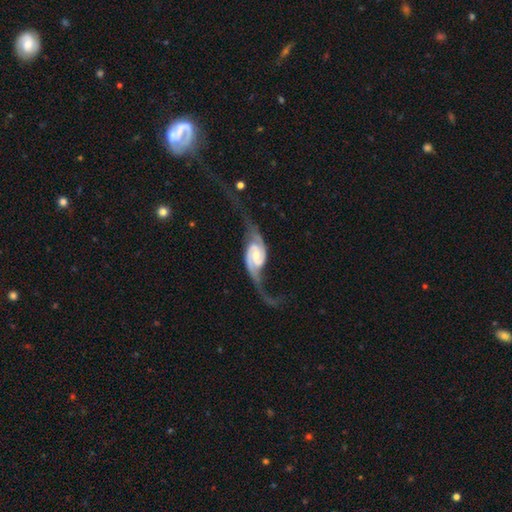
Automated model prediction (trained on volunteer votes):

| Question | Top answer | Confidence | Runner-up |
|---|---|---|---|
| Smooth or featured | featured or disk | 92% | smooth (4%) |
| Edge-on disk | no | 97% | yes (3%) |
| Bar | weak | 42% | no (38%) |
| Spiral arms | yes | 98% | no (2%) |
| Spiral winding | loose | 62% | medium (27%) |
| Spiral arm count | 2 | 94% | can't tell (2%) |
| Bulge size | moderate | 56% | small (33%) |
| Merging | none | 52% | major disturbance (30%) |